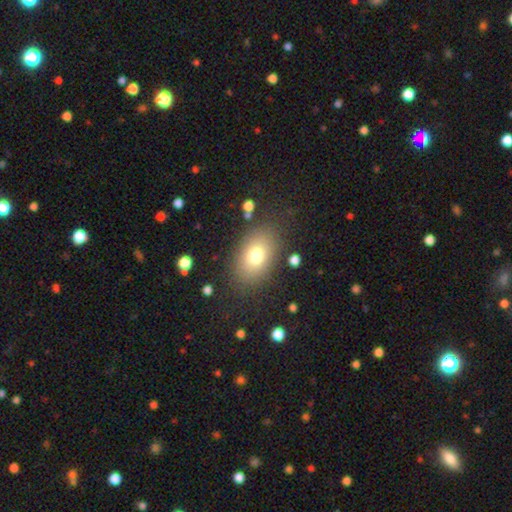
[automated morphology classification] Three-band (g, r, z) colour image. It shows a smooth galaxy with no disk features (76%) that is in between round and cigar-shaped (81%). Merging: none (81%).